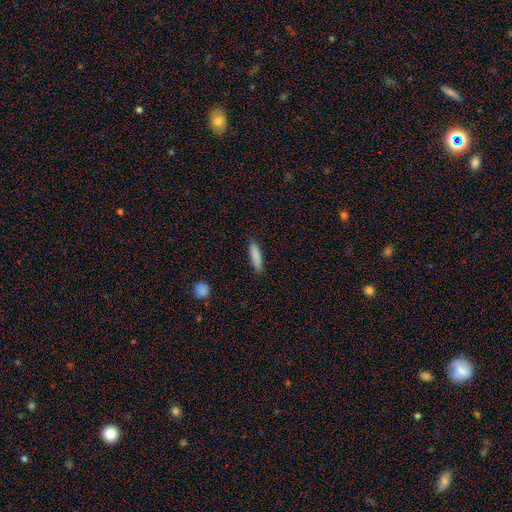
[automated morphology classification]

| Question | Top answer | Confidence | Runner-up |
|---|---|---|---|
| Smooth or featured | smooth | 85% | featured or disk (9%) |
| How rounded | cigar-shaped | 77% | in between (22%) |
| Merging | none | 85% | minor disturbance (12%) |